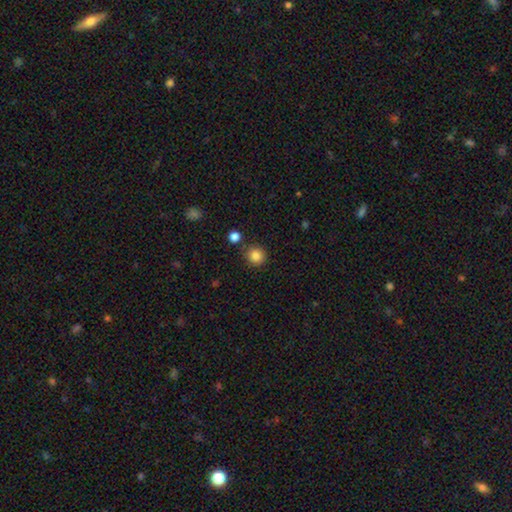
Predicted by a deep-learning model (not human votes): Smooth or featured: smooth — 85% (star or artifact — 10%)
How rounded: round — 92% (in between — 7%)
Merging: none — 85% (minor disturbance — 7%)